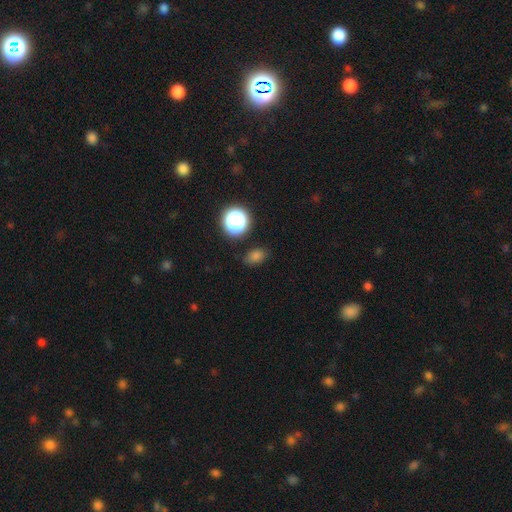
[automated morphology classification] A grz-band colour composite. It shows a smooth galaxy with no disk features (72%) that is in between round and cigar-shaped (68%). Merging: none (82%).